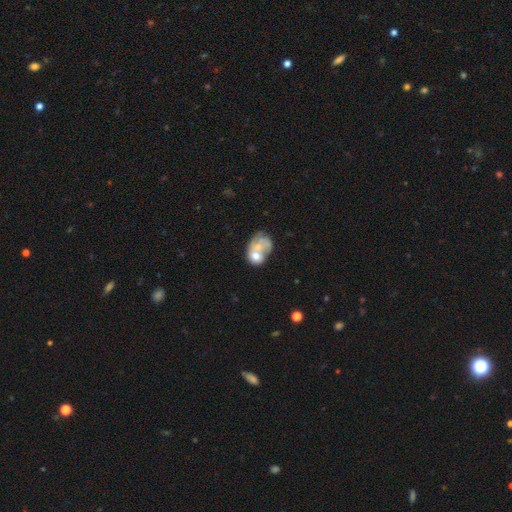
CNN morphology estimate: type=featured or disk (49%); merging=merger (46%).